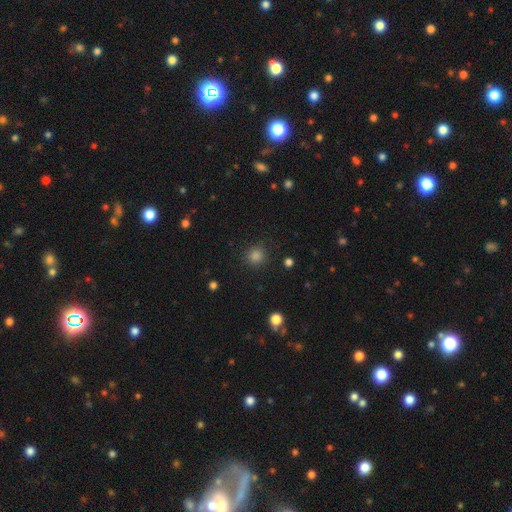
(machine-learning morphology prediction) This is clearly a smooth galaxy (81%). How rounded: clearly round (92%). Merging: clearly none (90%).